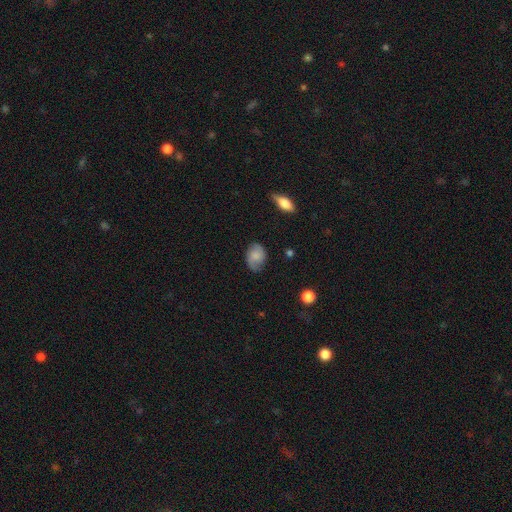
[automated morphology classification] This is possibly a smooth galaxy (53%). How rounded: likely in between (72%). Merging: likely none (75%).